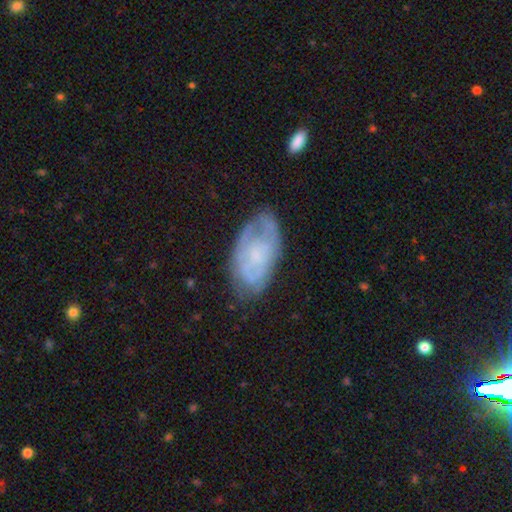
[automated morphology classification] The model was most divided on "bulge size": small: 43%, none: 31%, moderate: 20%, large: 4%, dominant: 1%. More confident: edge-on disk — no (94%); bar — no (77%); spiral arms — yes (63%); merging — none (63%); smooth or featured — featured or disk (62%).